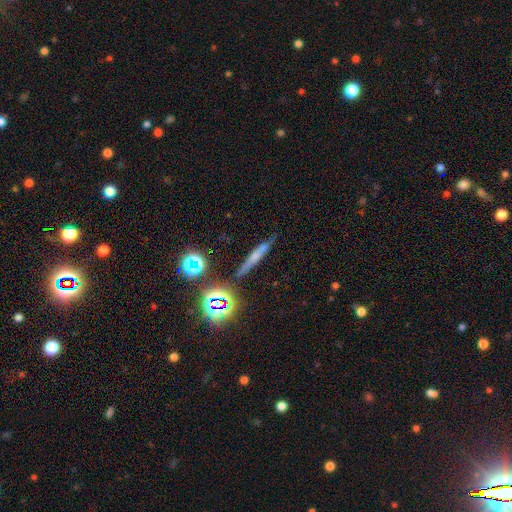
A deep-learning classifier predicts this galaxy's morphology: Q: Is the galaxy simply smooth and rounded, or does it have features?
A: smooth — 44%.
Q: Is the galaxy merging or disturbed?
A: none — 83%.